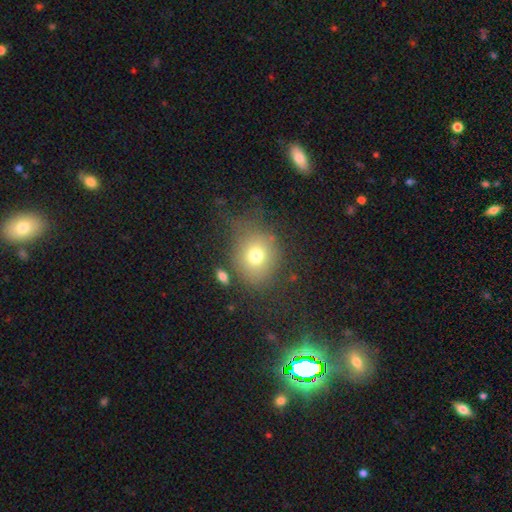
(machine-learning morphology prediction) Smooth or featured: smooth — 73% (featured or disk — 14%)
How rounded: round — 70% (in between — 29%)
Merging: none — 63% (minor disturbance — 19%)